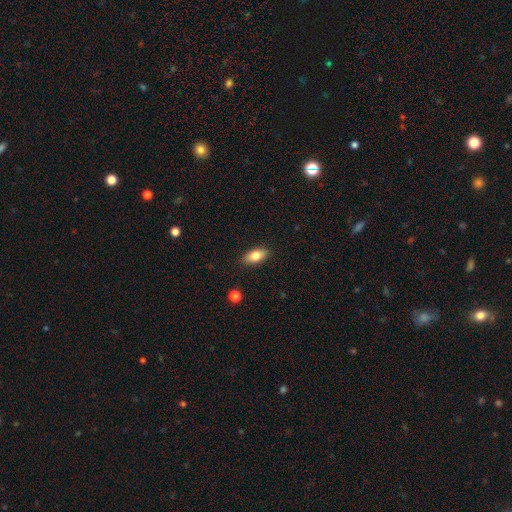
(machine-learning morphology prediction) Smooth or featured?
  - smooth: 80% *
  - featured or disk: 12%
  - star or artifact: 7%
How rounded?
  - in between: 89% *
  - cigar-shaped: 7%
  - round: 4%
Merging?
  - none: 88% *
  - minor disturbance: 9%
  - major disturbance: 2%
  - merger: 1%